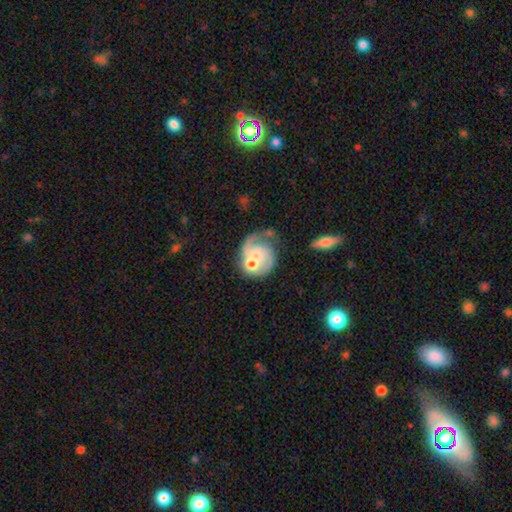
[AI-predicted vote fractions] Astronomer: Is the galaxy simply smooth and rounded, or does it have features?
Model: featured or disk — 72%.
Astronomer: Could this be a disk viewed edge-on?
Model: no — 98%.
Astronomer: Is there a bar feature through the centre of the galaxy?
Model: no — 72%.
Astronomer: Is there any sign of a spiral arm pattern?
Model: yes — 87%.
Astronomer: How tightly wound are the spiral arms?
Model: medium — 39% (runner-up: tight, 36%).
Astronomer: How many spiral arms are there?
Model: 1 — 46% (runner-up: 2, 37%).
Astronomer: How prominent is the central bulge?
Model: moderate — 42% (runner-up: small, 33%).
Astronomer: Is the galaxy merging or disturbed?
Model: none — 32% (runner-up: merger, 26%).